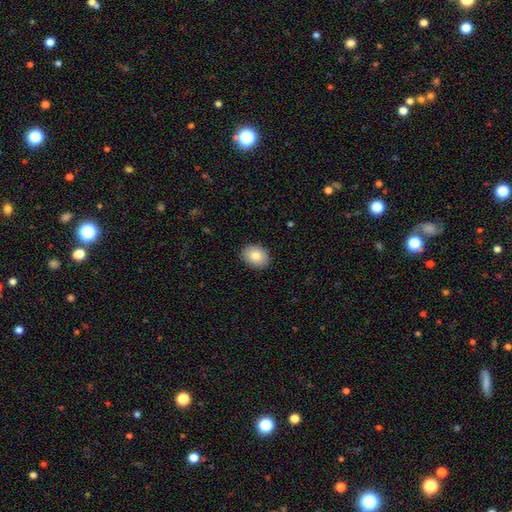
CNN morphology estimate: Smooth or featured? smooth (83%)
How rounded? in between (69%)
Merging? none (90%)